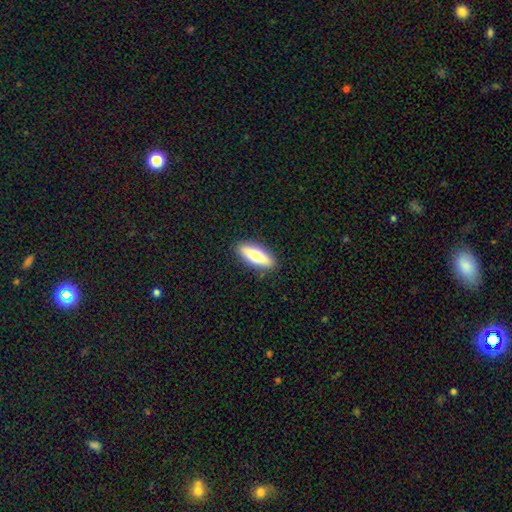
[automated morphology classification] The model was most divided on "how rounded": in between: 53%, cigar-shaped: 44%, round: 2%. More confident: merging — none (89%); smooth or featured — smooth (61%).